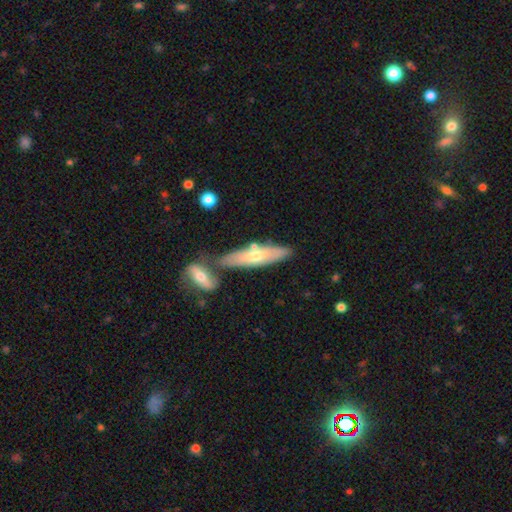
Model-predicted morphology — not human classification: Q: Smooth or featured?
A: smooth (51%); runner-up: featured or disk (43%)
Q: How rounded?
A: cigar-shaped (67%); runner-up: in between (31%)
Q: Merging?
A: none (64%); runner-up: merger (21%)